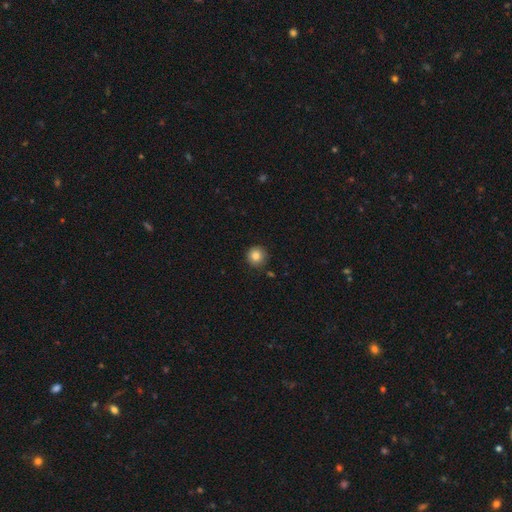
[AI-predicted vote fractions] Smooth or featured: smooth — 84% (star or artifact — 10%)
How rounded: round — 94% (in between — 5%)
Merging: none — 88% (minor disturbance — 8%)